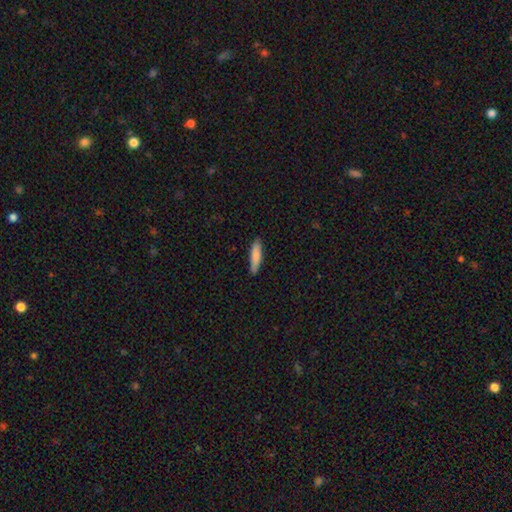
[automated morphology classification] smooth_or_featured: smooth (p=0.84) [alt: featured or disk p=0.11]
how_rounded: cigar-shaped (p=0.77) [alt: in between p=0.21]
merging: none (p=0.86) [alt: minor disturbance p=0.11]